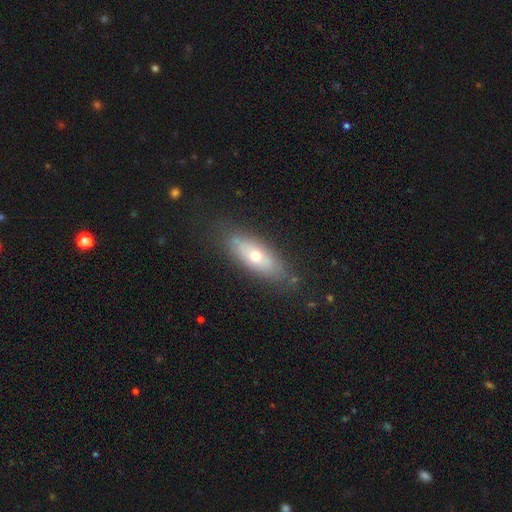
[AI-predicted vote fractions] This appears to be a smooth galaxy with no disk features (53%) that is in between round and cigar-shaped (67%). Merging: none (79%).